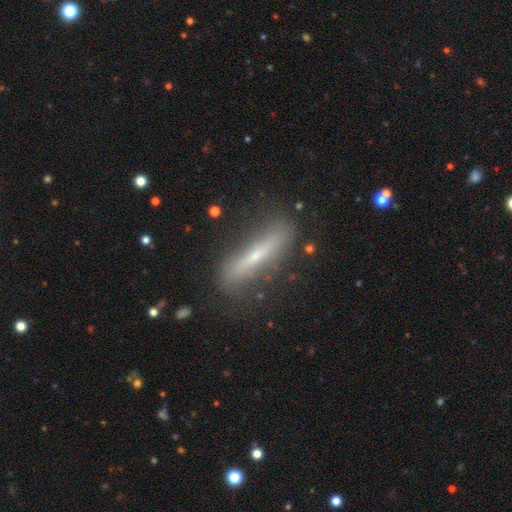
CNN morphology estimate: Q: Smooth or featured?
A: featured or disk (54%); runner-up: smooth (38%)
Q: Edge-on disk?
A: yes (75%); runner-up: no (25%)
Q: Merging?
A: none (76%); runner-up: minor disturbance (16%)